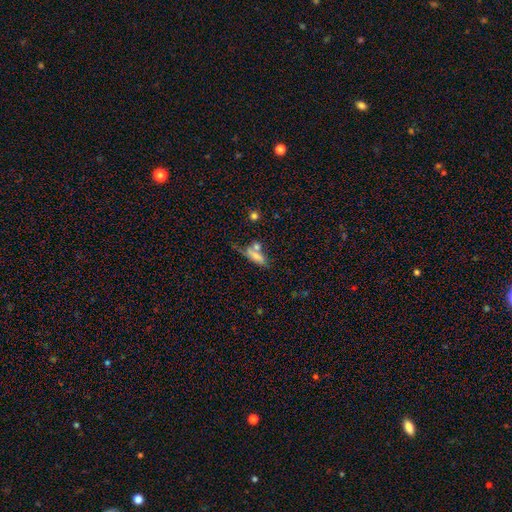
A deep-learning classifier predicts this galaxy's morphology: smooth 65%, featured or disk 23%, star or artifact 12%. Down the decision tree: how rounded — cigar-shaped (49%); merging — none (41%).